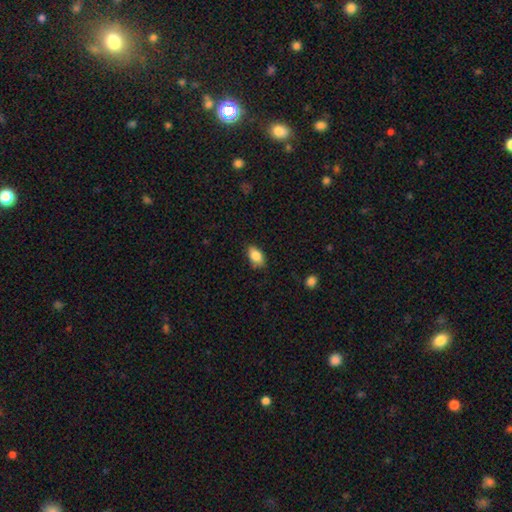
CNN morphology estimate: Overall: smooth (84%). How rounded: in between (90%). Merging: none (80%).